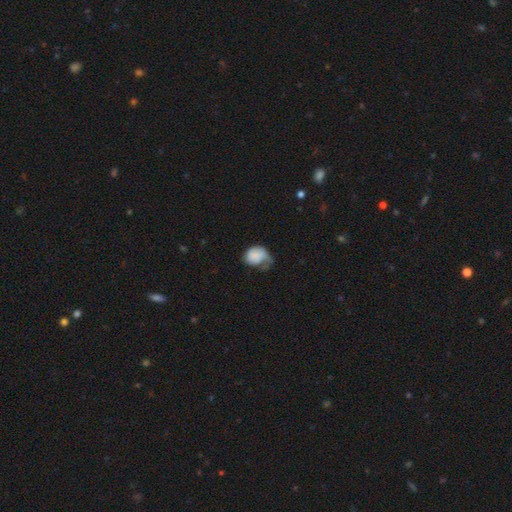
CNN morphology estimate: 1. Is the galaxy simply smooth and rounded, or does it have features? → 66% smooth, 27% featured or disk, 7% star or artifact.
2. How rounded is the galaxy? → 52% in between, 47% round, 1% cigar-shaped.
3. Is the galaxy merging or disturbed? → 40% major disturbance, 33% minor disturbance, 24% none, 3% merger.